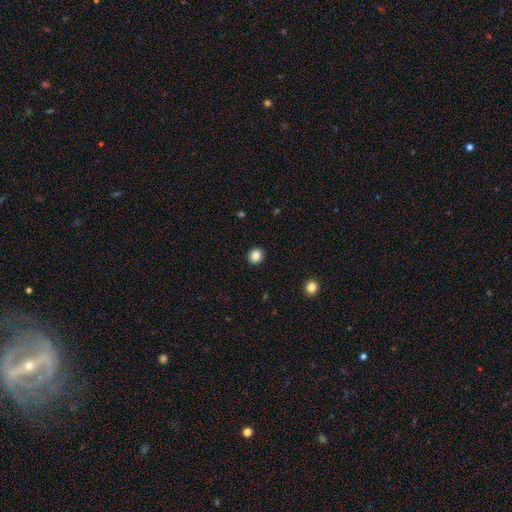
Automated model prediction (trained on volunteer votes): A smooth galaxy with no disk features (87%) that is round (87%).

Vote fractions:
- Smooth or featured? smooth: 87% / star or artifact: 10% / featured or disk: 3%
- How rounded? round: 87% / in between: 12% / cigar-shaped: 1%
- Merging? none: 92% / minor disturbance: 5% / major disturbance: 2% / merger: 1%